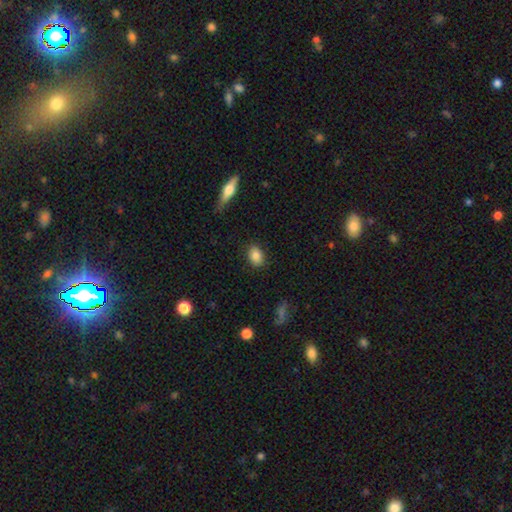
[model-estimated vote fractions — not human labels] smooth-or-featured: smooth: 85% | star or artifact: 8% | featured or disk: 7%
  how-rounded: in between: 78% | round: 20% | cigar-shaped: 2%
  merging: none: 85% | minor disturbance: 11% | major disturbance: 3% | merger: 1%